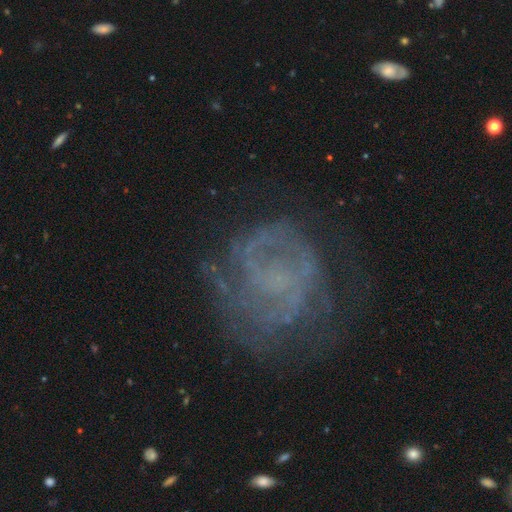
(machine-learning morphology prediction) Q: Smooth or featured?
A: featured or disk (72%); runner-up: smooth (16%)
Q: Edge-on disk?
A: no (98%); runner-up: yes (2%)
Q: Bar?
A: no (72%); runner-up: weak (22%)
Q: Spiral arms?
A: yes (72%); runner-up: no (28%)
Q: Spiral winding?
A: tight (47%); runner-up: medium (34%)
Q: Spiral arm count?
A: can't tell (41%); runner-up: 2 (32%)
Q: Bulge size?
A: none (64%); runner-up: small (25%)
Q: Merging?
A: none (62%); runner-up: major disturbance (18%)